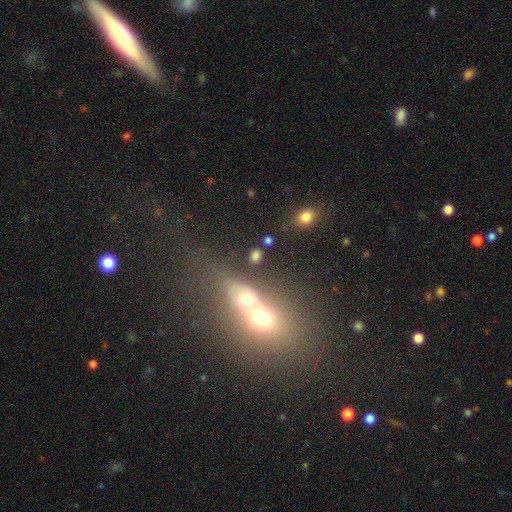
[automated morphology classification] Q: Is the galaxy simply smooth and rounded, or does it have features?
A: smooth — 72%.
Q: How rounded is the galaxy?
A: in between — 50%.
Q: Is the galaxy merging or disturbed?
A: none — 64%.